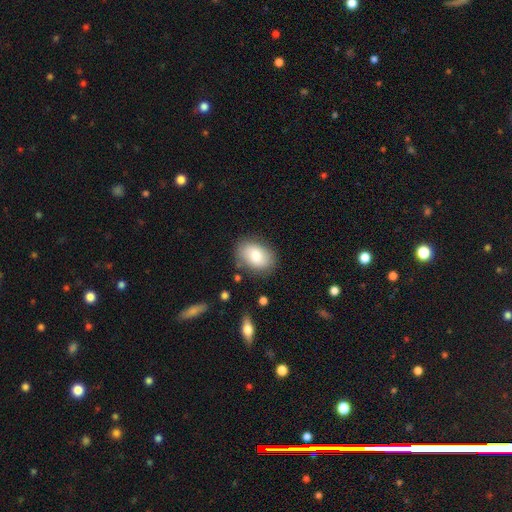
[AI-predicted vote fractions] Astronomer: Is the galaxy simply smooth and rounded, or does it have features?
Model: smooth — 77%.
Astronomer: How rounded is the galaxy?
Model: in between — 80%.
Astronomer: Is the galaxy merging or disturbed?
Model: none — 81%.